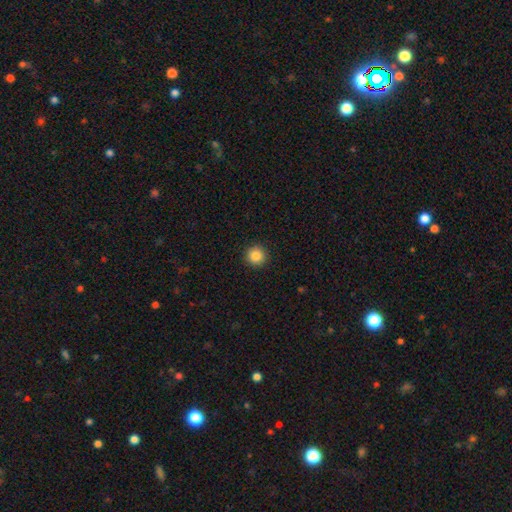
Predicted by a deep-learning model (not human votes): Smooth or featured? smooth (86%)
How rounded? round (95%)
Merging? none (92%)